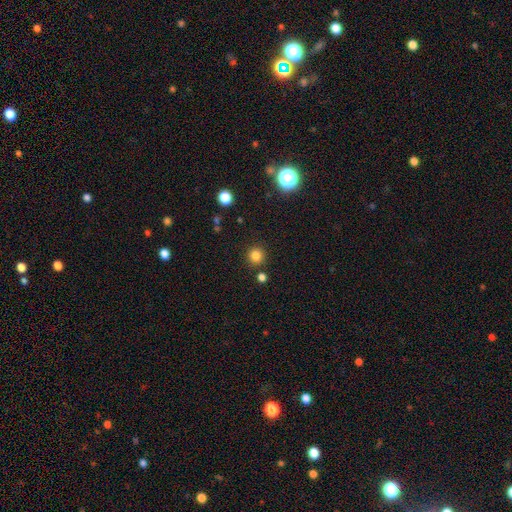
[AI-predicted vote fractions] Q: Smooth or featured?
A: smooth (82%); runner-up: star or artifact (13%)
Q: How rounded?
A: round (93%); runner-up: in between (6%)
Q: Merging?
A: none (86%); runner-up: minor disturbance (7%)